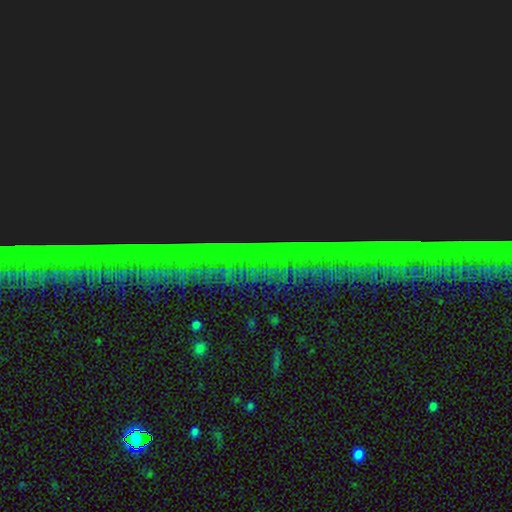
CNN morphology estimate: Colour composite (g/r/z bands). It shows a star or artifact, not a galaxy (87%).